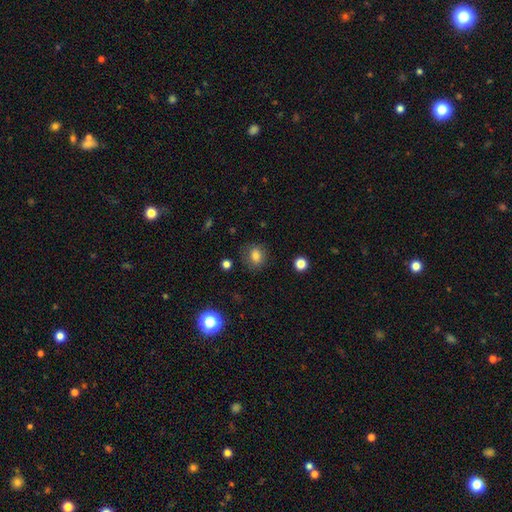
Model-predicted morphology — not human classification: smooth_or_featured: smooth (p=0.81) [alt: star or artifact p=0.12]
how_rounded: round (p=0.60) [alt: in between p=0.39]
merging: none (p=0.81) [alt: minor disturbance p=0.13]